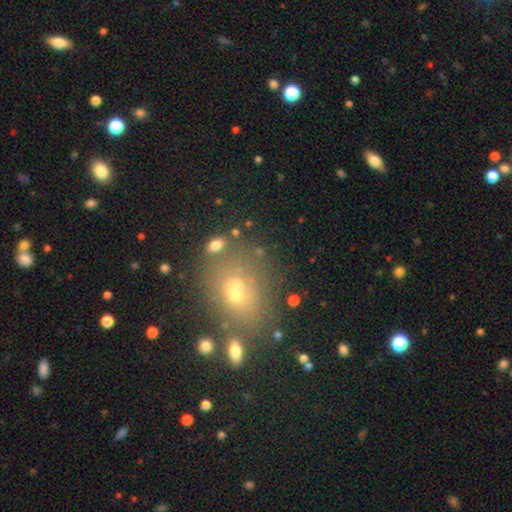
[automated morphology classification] smooth_or_featured: smooth (p=0.56) [alt: star or artifact p=0.27]
how_rounded: in between (p=0.55) [alt: round p=0.43]
merging: none (p=0.67) [alt: minor disturbance p=0.15]